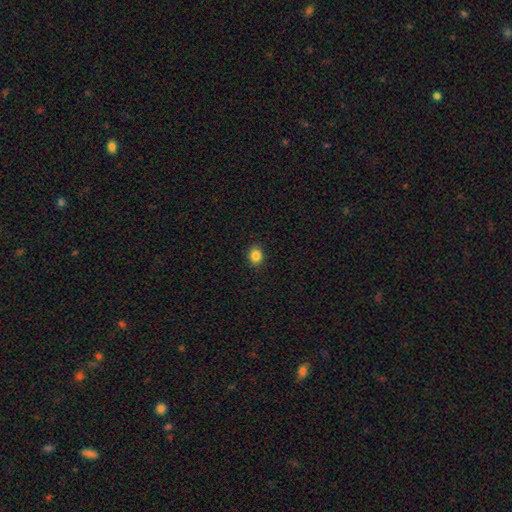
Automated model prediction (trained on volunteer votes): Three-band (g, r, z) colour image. It shows a smooth galaxy with no disk features (85%) that is round (53%). Merging: none (91%).